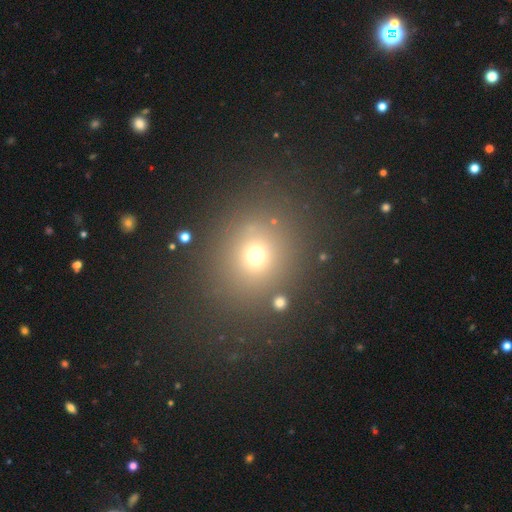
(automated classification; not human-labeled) Smooth or featured? smooth (66%)
How rounded? round (81%)
Merging? none (82%)